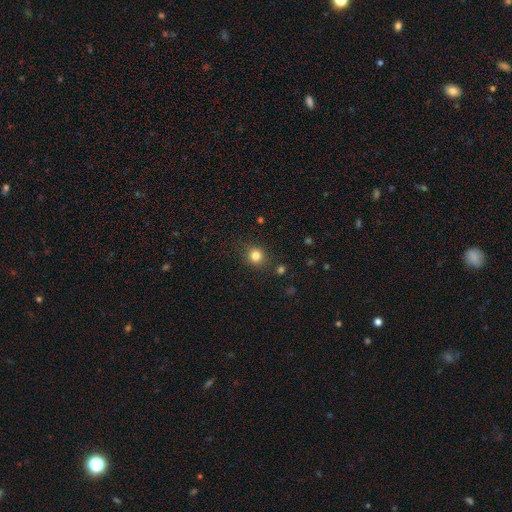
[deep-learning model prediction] This appears to be a smooth galaxy with no disk features (81%) that is round (87%). Merging: none (85%).